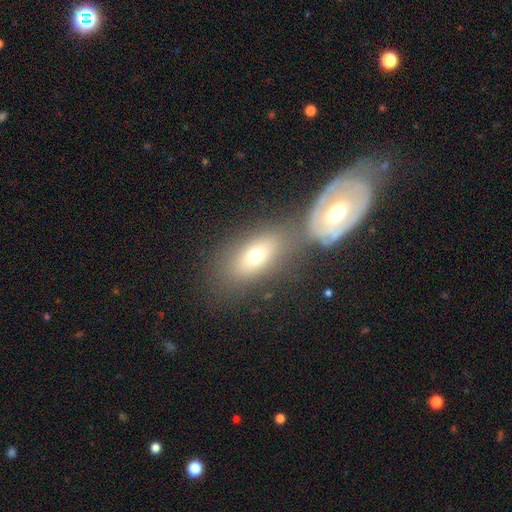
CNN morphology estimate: A smooth galaxy with no disk features (63%) that is in between round and cigar-shaped (80%).

Vote fractions:
- Smooth or featured? smooth: 63% / featured or disk: 26% / star or artifact: 10%
- How rounded? in between: 80% / round: 13% / cigar-shaped: 7%
- Merging? none: 52% / merger: 28% / minor disturbance: 13% / major disturbance: 7%